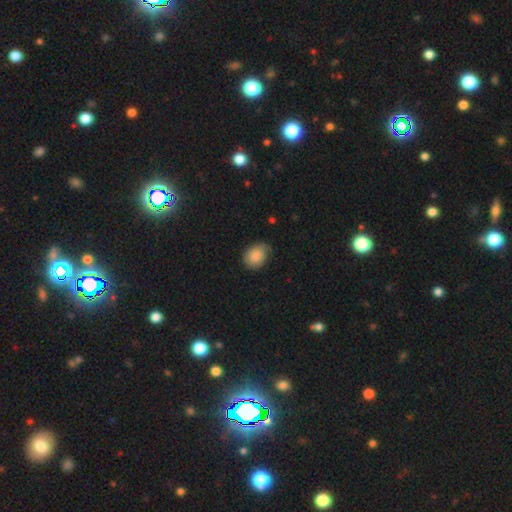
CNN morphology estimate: type=smooth (81%); roundness=in between (52%); merging=none (58%).